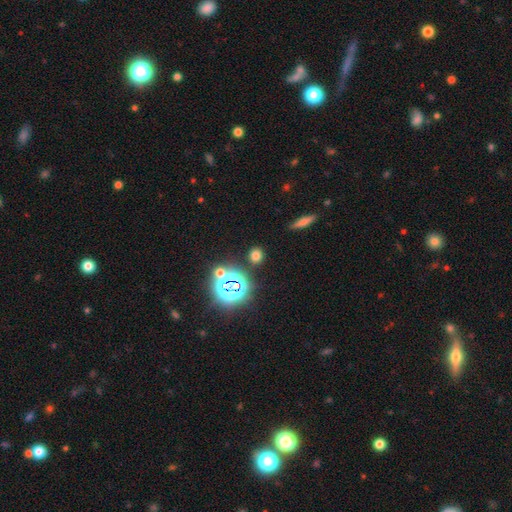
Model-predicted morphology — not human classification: Smooth or featured: smooth — 65% (star or artifact — 27%)
How rounded: round — 76% (in between — 22%)
Merging: none — 86% (minor disturbance — 8%)